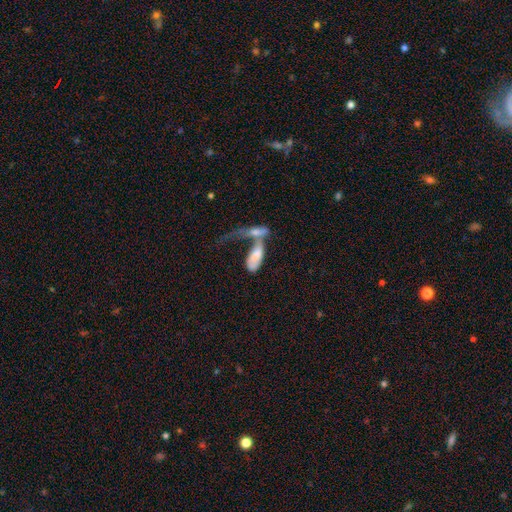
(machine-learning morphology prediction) This is likely a smooth galaxy (63%). How rounded: likely in between (73%). Merging: likely merger (66%).